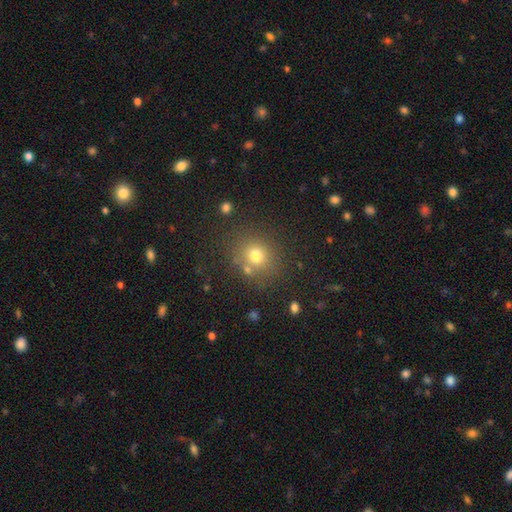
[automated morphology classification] Q: Smooth or featured?
A: smooth (72%); runner-up: star or artifact (18%)
Q: How rounded?
A: round (80%); runner-up: in between (19%)
Q: Merging?
A: none (75%); runner-up: minor disturbance (11%)